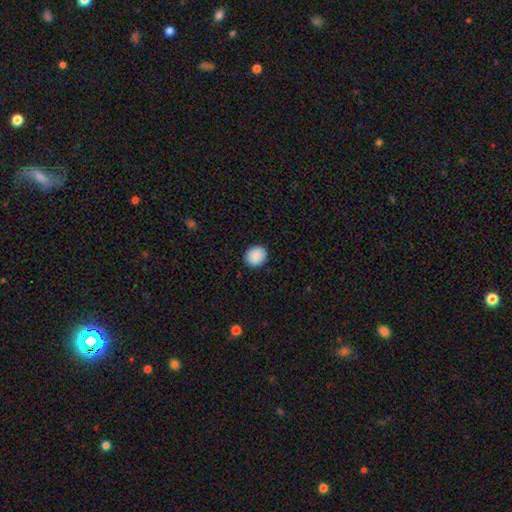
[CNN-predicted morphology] A smooth galaxy with no disk features (90%) that is round (71%).

Vote fractions:
- Smooth or featured? smooth: 90% / star or artifact: 7% / featured or disk: 3%
- How rounded? round: 71% / in between: 28% / cigar-shaped: 1%
- Merging? none: 90% / minor disturbance: 7% / major disturbance: 2% / merger: 1%